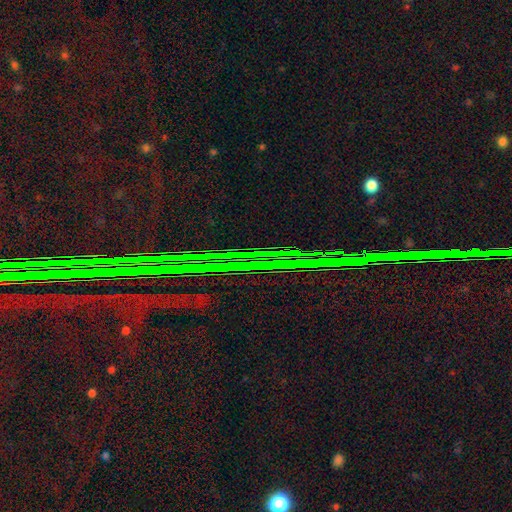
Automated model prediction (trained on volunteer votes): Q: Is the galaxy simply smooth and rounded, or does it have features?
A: star or artifact — 85%.